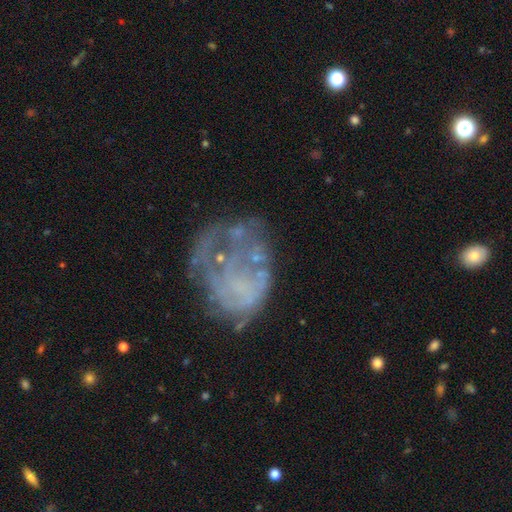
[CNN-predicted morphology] Q: Smooth or featured?
A: featured or disk (68%); runner-up: smooth (21%)
Q: Edge-on disk?
A: no (98%); runner-up: yes (2%)
Q: Bar?
A: no (83%); runner-up: weak (14%)
Q: Spiral arms?
A: no (57%); runner-up: yes (43%)
Q: Bulge size?
A: none (70%); runner-up: small (17%)
Q: Merging?
A: major disturbance (39%); runner-up: none (36%)